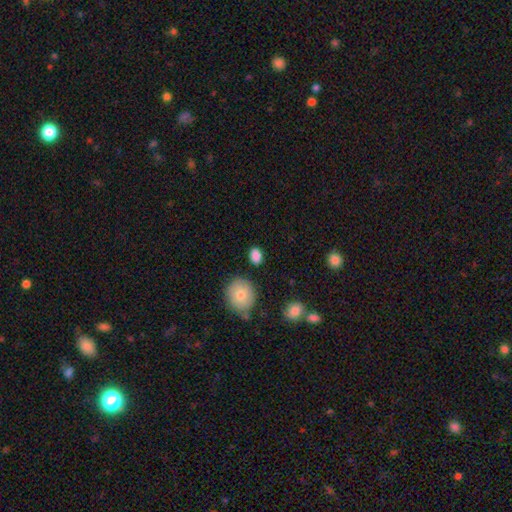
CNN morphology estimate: The model was most divided on "how rounded": in between: 70%, round: 28%, cigar-shaped: 2%. More confident: smooth or featured — smooth (86%); merging — none (84%).